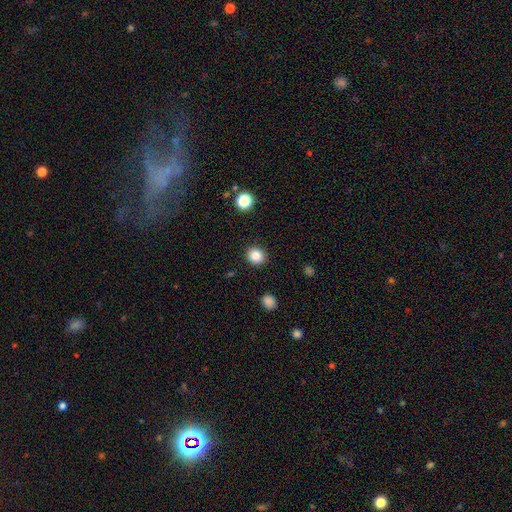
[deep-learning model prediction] smooth 84%, star or artifact 11%, featured or disk 5%. Down the decision tree: how rounded — round (85%); merging — none (91%).